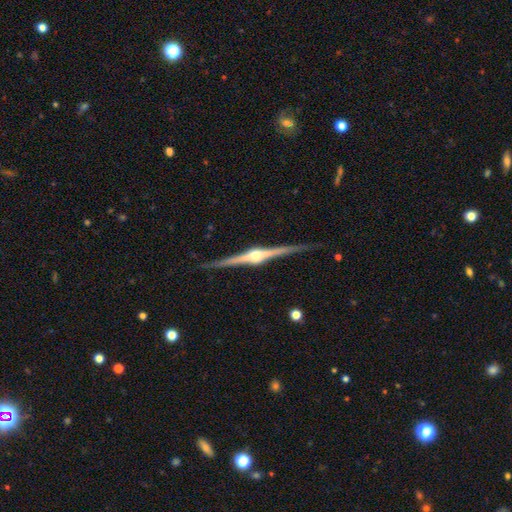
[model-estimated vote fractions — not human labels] Smooth or featured? Predicted: featured or disk (p=0.90). Edge-on disk? Predicted: yes (p=0.99). Edge-on bulge? Predicted: rounded (p=0.94). Merging? Predicted: none (p=0.89).